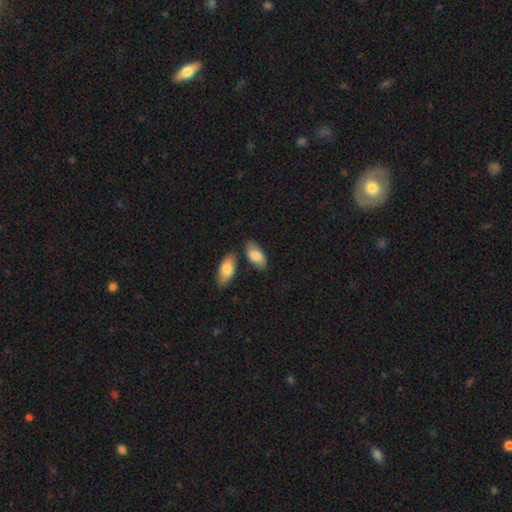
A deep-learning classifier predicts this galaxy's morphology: type=smooth (77%); roundness=in between (93%); merging=none (64%).